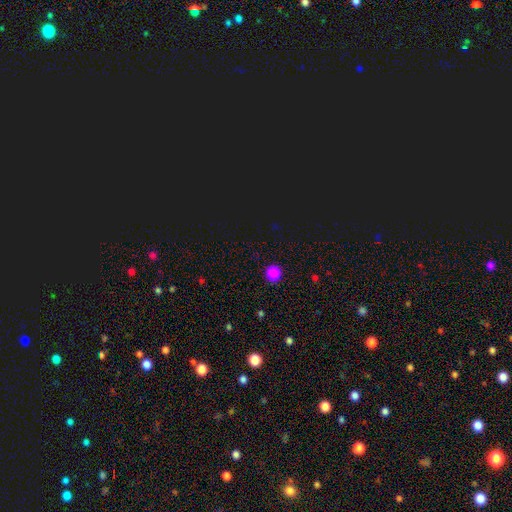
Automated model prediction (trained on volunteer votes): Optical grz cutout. It shows a smooth galaxy with no disk features (80%) that is round (91%). Merging: none (92%).